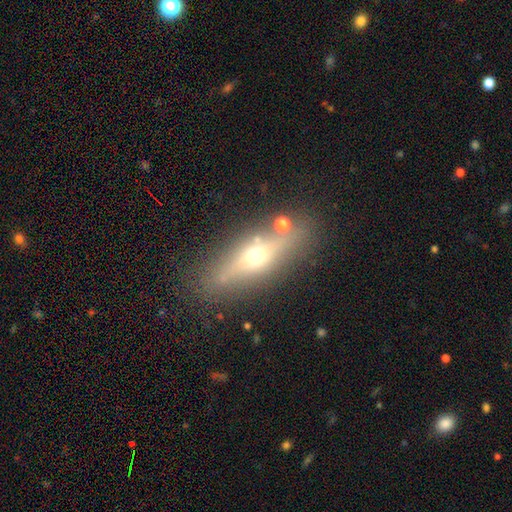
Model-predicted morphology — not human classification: Smooth or featured?
  - featured or disk: 58% *
  - smooth: 33%
  - star or artifact: 9%
Edge-on disk?
  - yes: 83% *
  - no: 17%
Merging?
  - none: 80% *
  - minor disturbance: 11%
  - merger: 5%
  - major disturbance: 4%